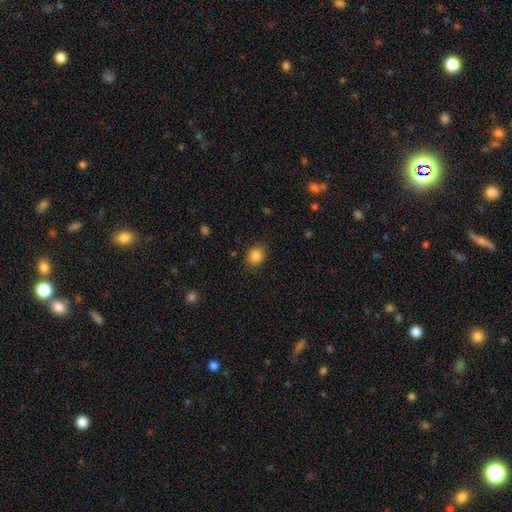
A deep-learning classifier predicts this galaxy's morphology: Smooth or featured? smooth (86%)
How rounded? round (62%)
Merging? none (84%)